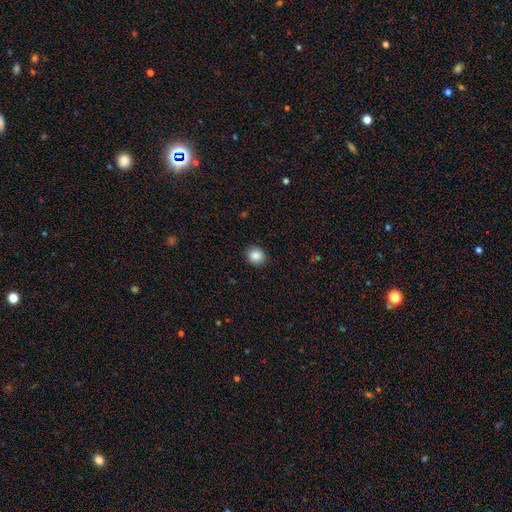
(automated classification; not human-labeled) A smooth galaxy with no disk features (87%) that is round (75%). Merging: none (90%).